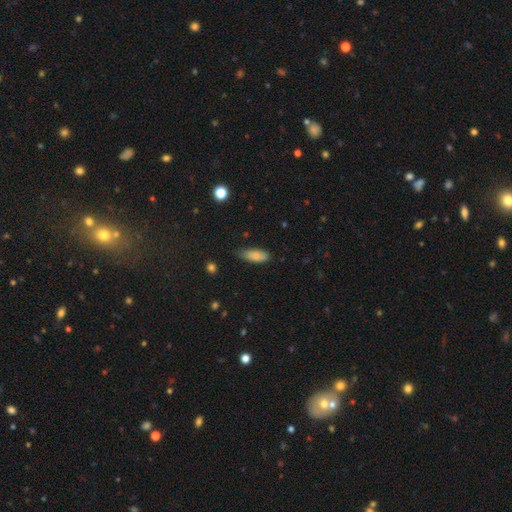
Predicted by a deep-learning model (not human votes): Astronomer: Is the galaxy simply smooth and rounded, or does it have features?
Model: smooth — 83%.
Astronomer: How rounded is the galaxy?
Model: in between — 79%.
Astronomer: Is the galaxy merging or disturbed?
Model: none — 66%.